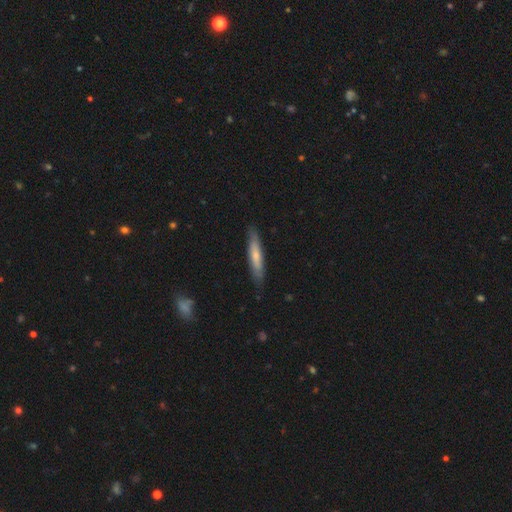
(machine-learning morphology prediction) smooth-or-featured: smooth: 61% | featured or disk: 34% | star or artifact: 5%
  how-rounded: cigar-shaped: 88% | in between: 10% | round: 1%
  merging: none: 84% | minor disturbance: 12% | major disturbance: 2% | merger: 1%